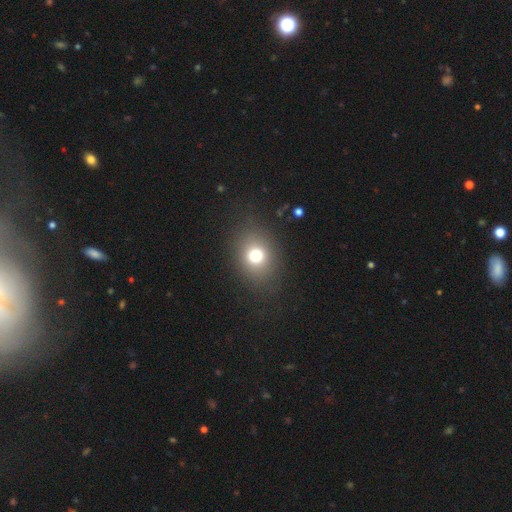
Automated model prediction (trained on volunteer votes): Smooth or featured: smooth — 74% (star or artifact — 15%)
How rounded: round — 52% (in between — 47%)
Merging: none — 83% (minor disturbance — 10%)